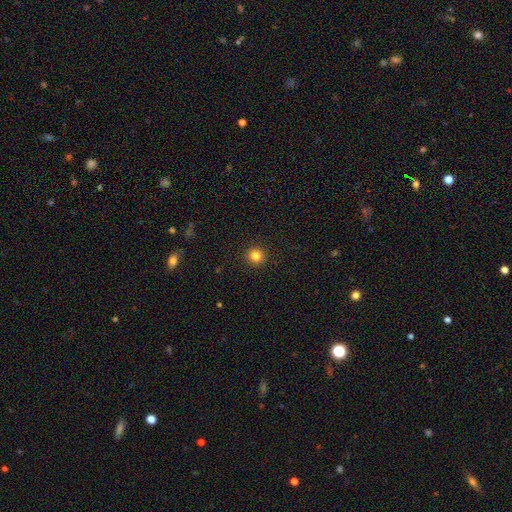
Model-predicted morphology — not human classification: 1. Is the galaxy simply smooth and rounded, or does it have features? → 83% smooth, 12% star or artifact, 5% featured or disk.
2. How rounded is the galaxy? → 93% round, 6% in between, 1% cigar-shaped.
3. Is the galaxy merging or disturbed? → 93% none, 4% minor disturbance, 2% major disturbance, 1% merger.